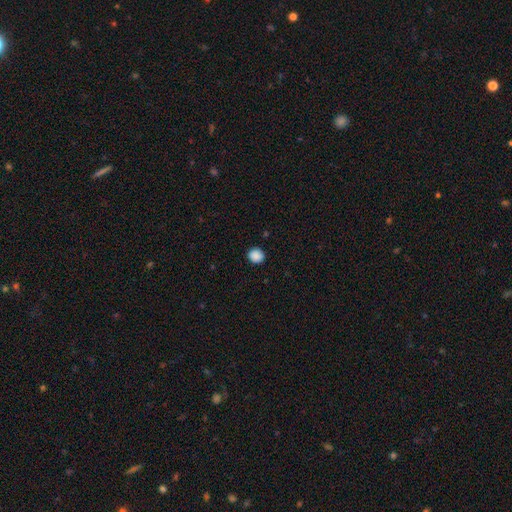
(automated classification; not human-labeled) Smooth or featured? smooth (89%)
How rounded? round (83%)
Merging? none (90%)